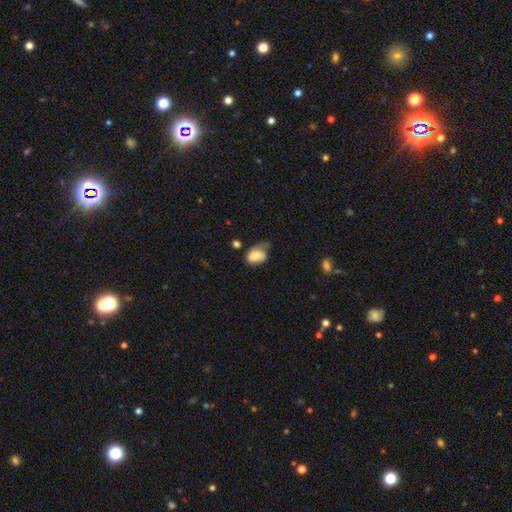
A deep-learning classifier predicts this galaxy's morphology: A smooth galaxy with no disk features (69%) that is in between round and cigar-shaped (78%).

Vote fractions:
- Smooth or featured? smooth: 69% / featured or disk: 22% / star or artifact: 8%
- How rounded? in between: 78% / round: 21% / cigar-shaped: 1%
- Merging? minor disturbance: 40% / none: 30% / major disturbance: 25% / merger: 5%